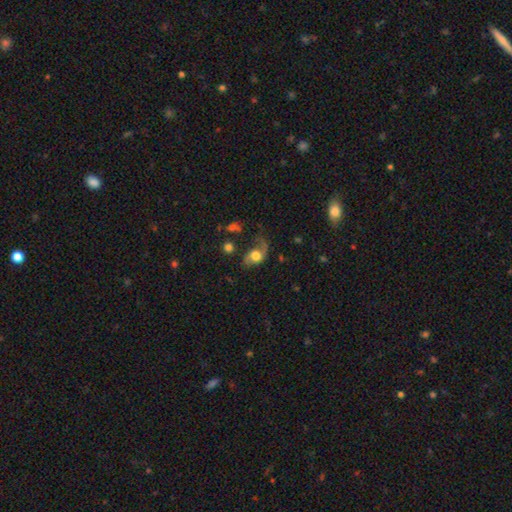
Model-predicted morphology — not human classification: A smooth galaxy with no disk features (47%). Merging: none (36%).